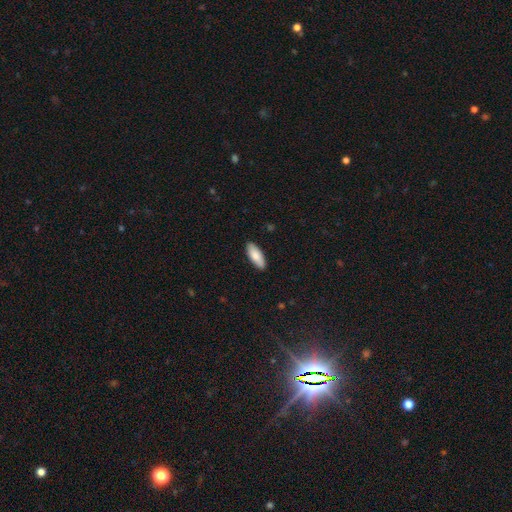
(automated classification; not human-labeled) This appears to be a smooth galaxy with no disk features (84%) that is in between round and cigar-shaped (76%). Merging: none (88%).